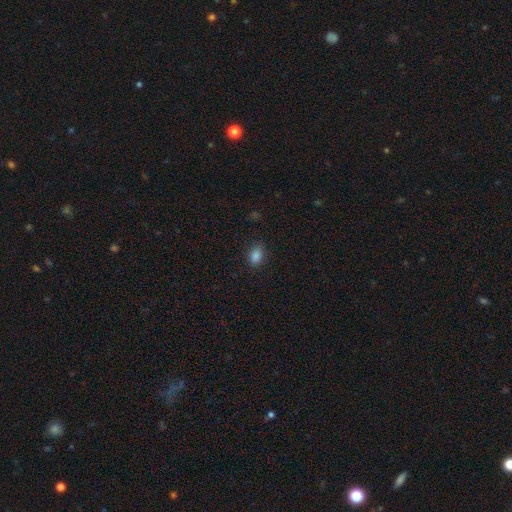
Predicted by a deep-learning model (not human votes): This appears to be a smooth galaxy with no disk features (85%) that is in between round and cigar-shaped (75%). Merging: none (80%).